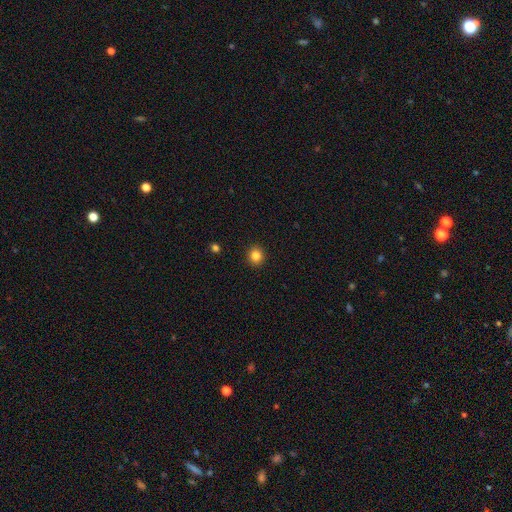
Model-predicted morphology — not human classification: A smooth galaxy with no disk features (83%) that is round (87%).

Vote fractions:
- Smooth or featured? smooth: 83% / star or artifact: 11% / featured or disk: 5%
- How rounded? round: 87% / in between: 13% / cigar-shaped: 1%
- Merging? none: 92% / minor disturbance: 5% / major disturbance: 2% / merger: 1%